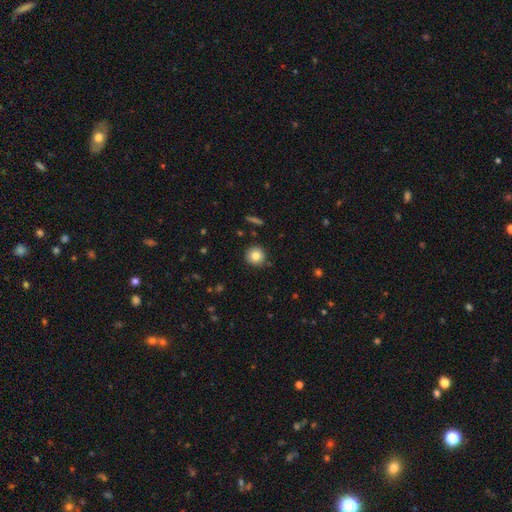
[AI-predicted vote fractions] Smooth or featured? smooth (82%)
How rounded? round (94%)
Merging? none (89%)